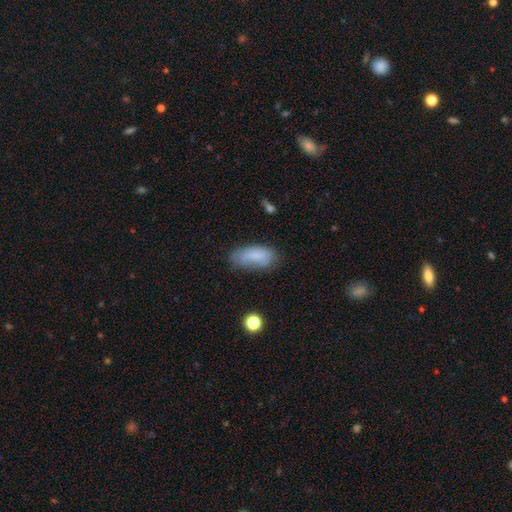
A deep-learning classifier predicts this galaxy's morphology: smooth-or-featured: smooth: 80% | featured or disk: 12% | star or artifact: 8%
  how-rounded: in between: 89% | cigar-shaped: 9% | round: 2%
  merging: none: 62% | minor disturbance: 27% | major disturbance: 8% | merger: 2%